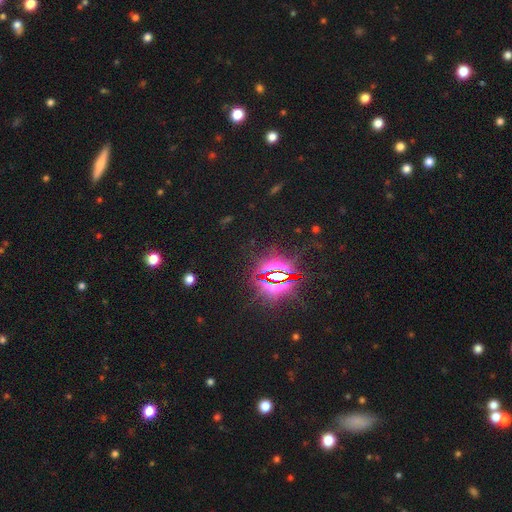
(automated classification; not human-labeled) Smooth or featured? star or artifact (83%)